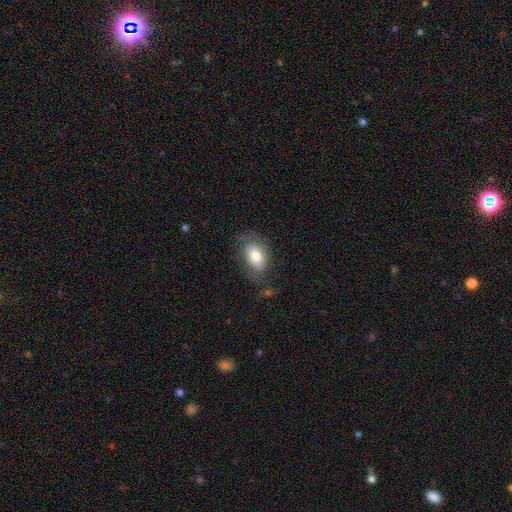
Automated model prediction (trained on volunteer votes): A smooth galaxy with no disk features (62%) that is in between round and cigar-shaped (87%). Merging: none (57%).